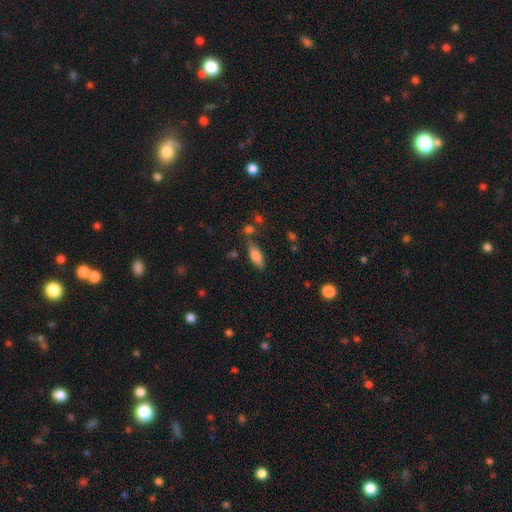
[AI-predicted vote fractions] Morphology: type=smooth (79%); roundness=in between (75%); merging=none (69%).